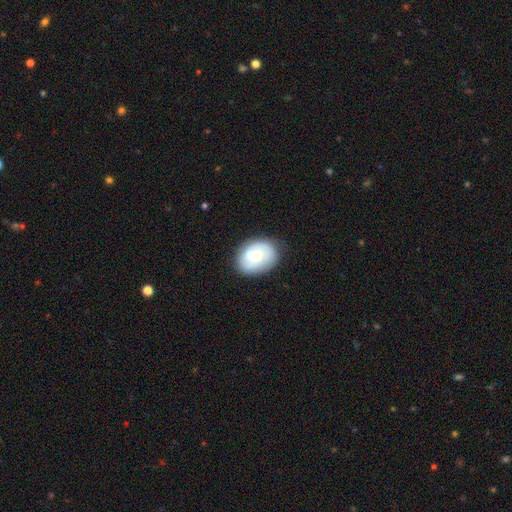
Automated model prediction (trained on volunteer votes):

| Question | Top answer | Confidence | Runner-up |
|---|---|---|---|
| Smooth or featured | smooth | 49% | featured or disk (45%) |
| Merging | none | 78% | minor disturbance (16%) |